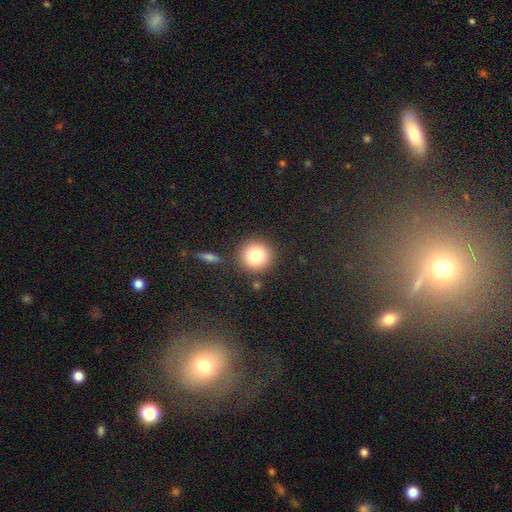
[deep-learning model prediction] This appears to be a smooth galaxy with no disk features (83%) that is round (92%). Merging: none (86%).